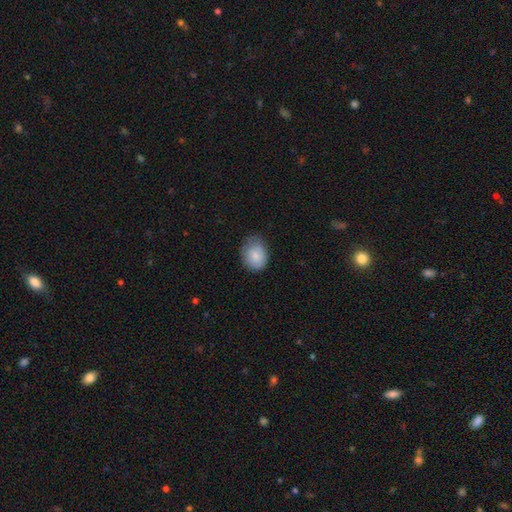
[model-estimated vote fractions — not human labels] Smooth or featured: smooth — 83% (featured or disk — 10%)
How rounded: in between — 54% (round — 45%)
Merging: none — 62% (minor disturbance — 30%)